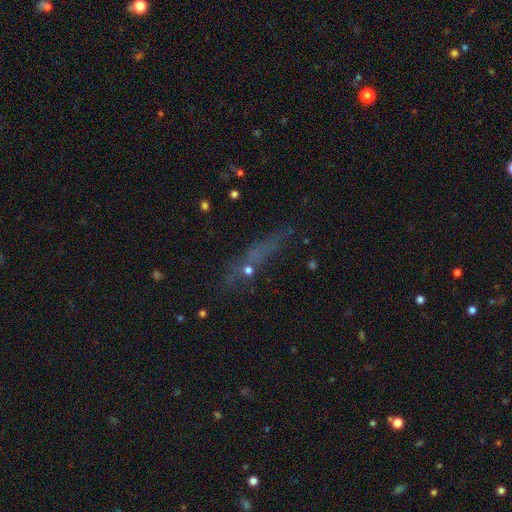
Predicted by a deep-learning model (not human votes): A star or artifact, not a galaxy (38%).

Vote fractions:
- Smooth or featured? star or artifact: 38% / smooth: 35% / featured or disk: 27%